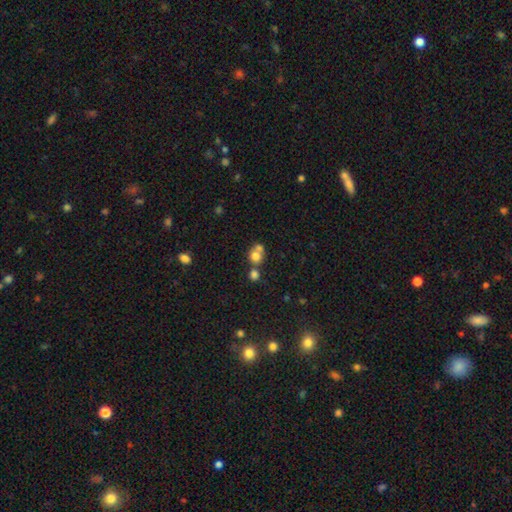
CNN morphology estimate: This is likely a smooth galaxy (75%). How rounded: likely round (79%). Merging: possibly merger (52%).